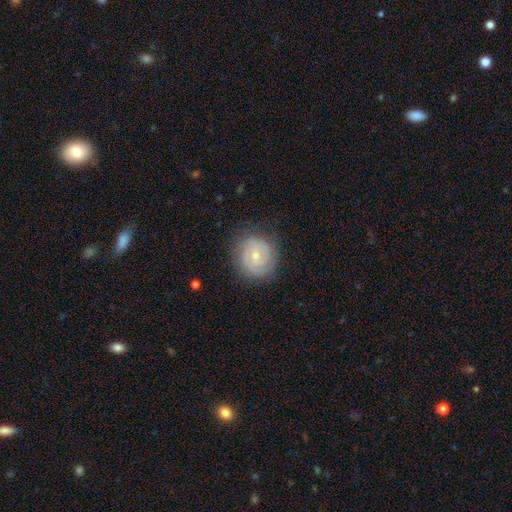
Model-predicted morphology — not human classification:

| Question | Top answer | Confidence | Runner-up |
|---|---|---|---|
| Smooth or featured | featured or disk | 67% | smooth (25%) |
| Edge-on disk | no | 98% | yes (2%) |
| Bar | no | 68% | weak (28%) |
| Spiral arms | yes | 88% | no (12%) |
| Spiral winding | tight | 72% | medium (23%) |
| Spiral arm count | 2 | 47% | can't tell (29%) |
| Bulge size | small | 59% | moderate (38%) |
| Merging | none | 80% | minor disturbance (14%) |